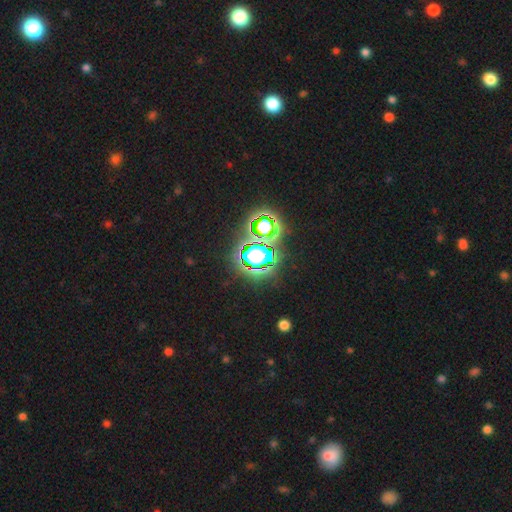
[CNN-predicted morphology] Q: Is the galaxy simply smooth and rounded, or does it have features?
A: star or artifact — 69%.